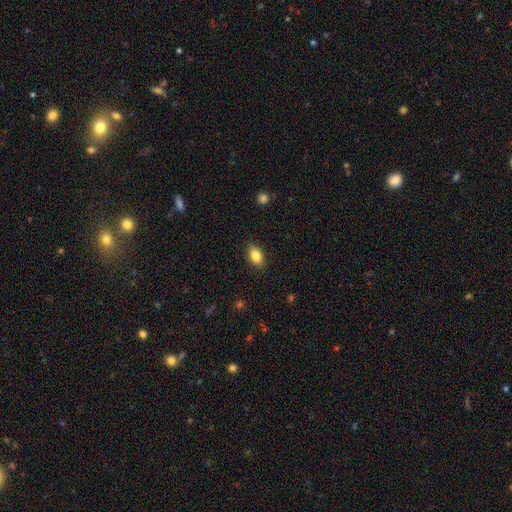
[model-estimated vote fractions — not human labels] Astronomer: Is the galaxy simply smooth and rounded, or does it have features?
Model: smooth — 85%.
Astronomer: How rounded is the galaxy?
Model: in between — 85%.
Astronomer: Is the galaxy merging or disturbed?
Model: none — 86%.